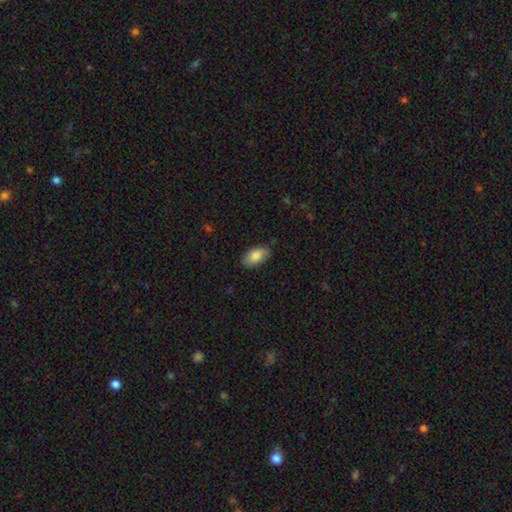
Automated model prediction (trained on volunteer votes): Smooth or featured? smooth (84%)
How rounded? in between (94%)
Merging? none (84%)